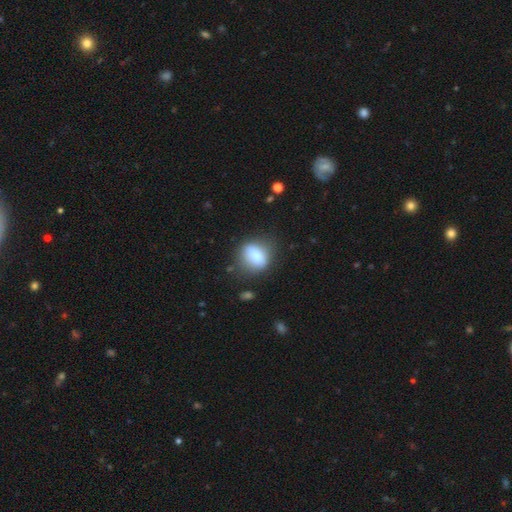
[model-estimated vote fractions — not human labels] Smooth or featured: smooth — 78% (featured or disk — 14%)
How rounded: round — 54% (in between — 44%)
Merging: none — 68% (minor disturbance — 21%)